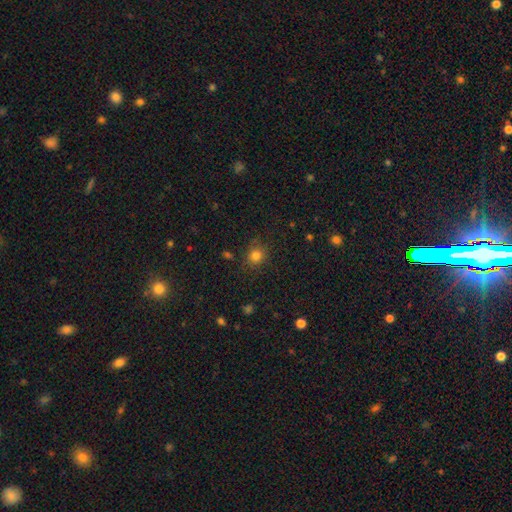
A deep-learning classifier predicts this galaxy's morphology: type=smooth (80%); roundness=round (82%); merging=none (83%).